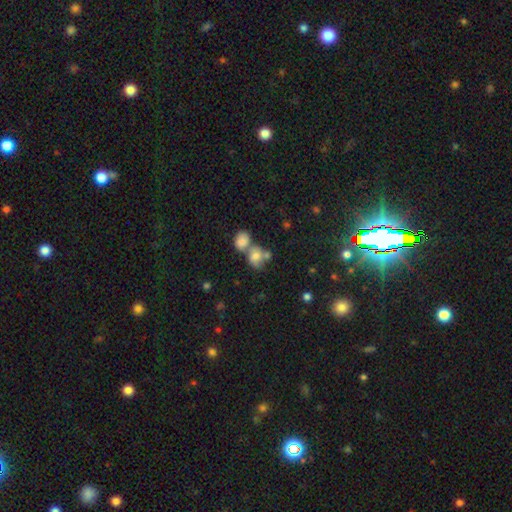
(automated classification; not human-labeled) This appears to be a smooth galaxy with no disk features (68%) that is round (50%). Merging: merger (54%).